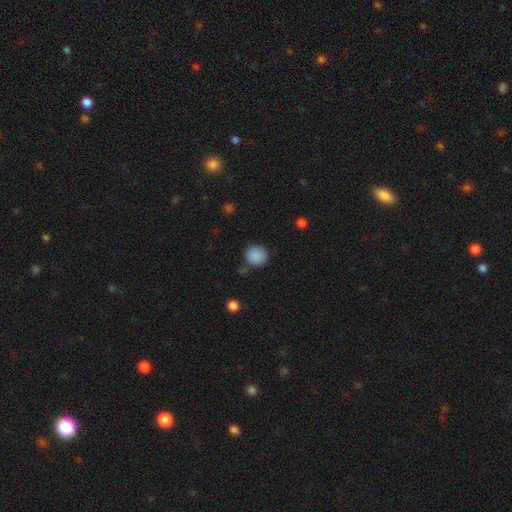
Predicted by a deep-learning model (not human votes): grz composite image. It shows a smooth galaxy with no disk features (88%) that is round (89%). Merging: none (80%).